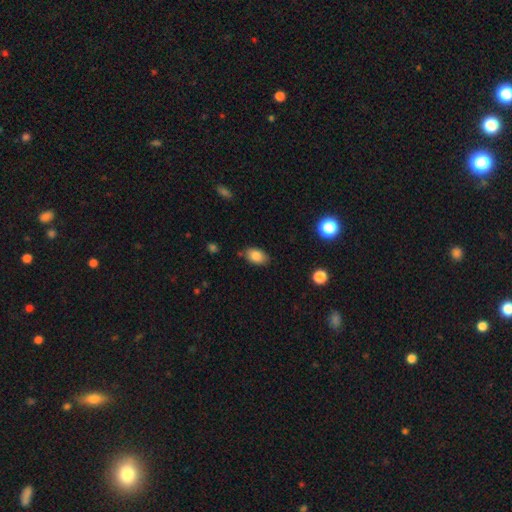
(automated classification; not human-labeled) smooth_or_featured: smooth (p=0.83) [alt: star or artifact p=0.09]
how_rounded: in between (p=0.88) [alt: round p=0.11]
merging: none (p=0.80) [alt: minor disturbance p=0.15]